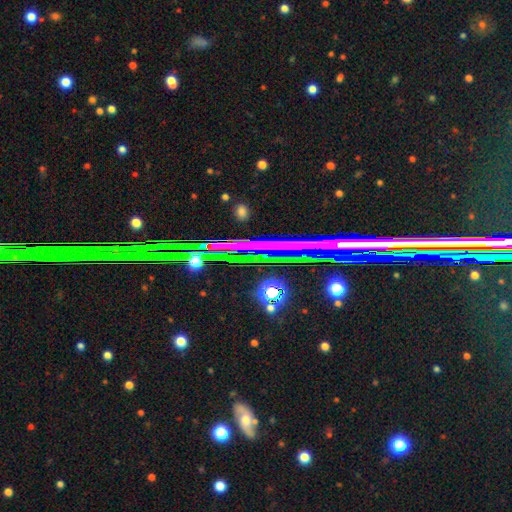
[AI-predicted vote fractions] The model was most divided on "smooth or featured": star or artifact: 56%, featured or disk: 31%, smooth: 12%.